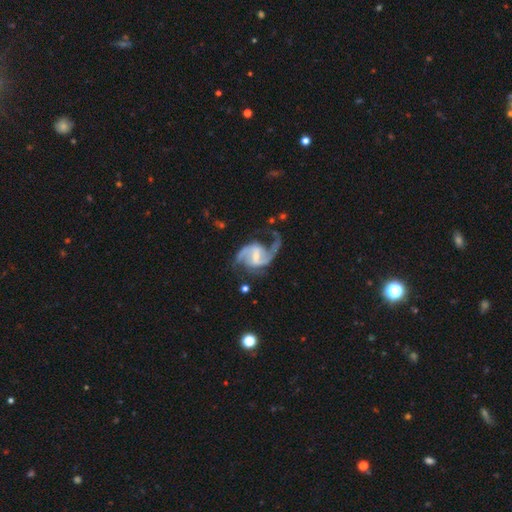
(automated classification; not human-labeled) Morphology: type=featured or disk (92%); edge-on=no (98%); bar=weak (49%); spiral arms=yes (97%); winding=medium (46%); arm count=2 (91%); bulge=small (52%); merging=none (65%).